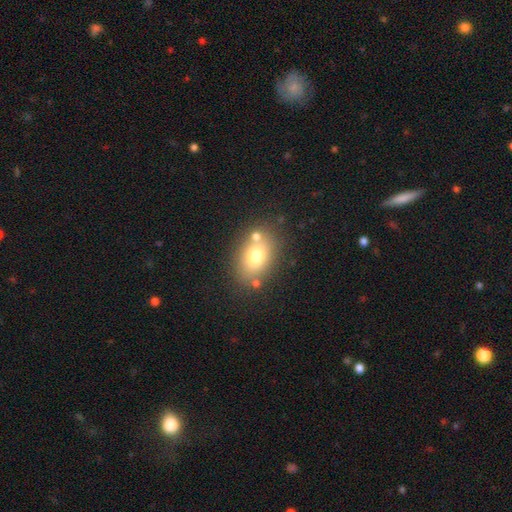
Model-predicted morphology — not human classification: smooth_or_featured: smooth (p=0.71) [alt: featured or disk p=0.16]
how_rounded: in between (p=0.75) [alt: round p=0.24]
merging: none (p=0.71) [alt: merger p=0.13]